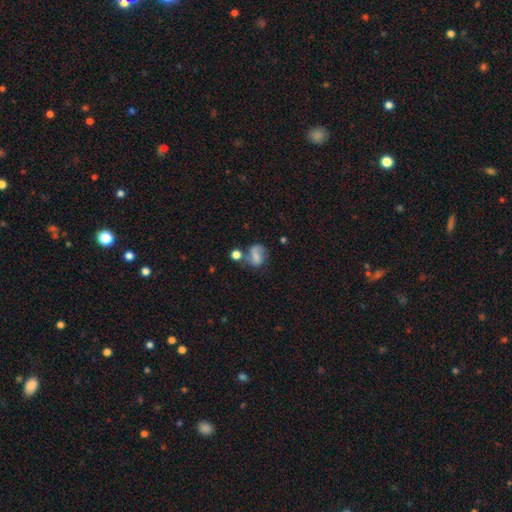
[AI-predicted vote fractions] A smooth galaxy with no disk features (51%) that is in between round and cigar-shaped (51%).

Vote fractions:
- Smooth or featured? smooth: 51% / featured or disk: 36% / star or artifact: 12%
- How rounded? in between: 51% / round: 48% / cigar-shaped: 2%
- Merging? none: 39% / minor disturbance: 22% / merger: 21% / major disturbance: 17%